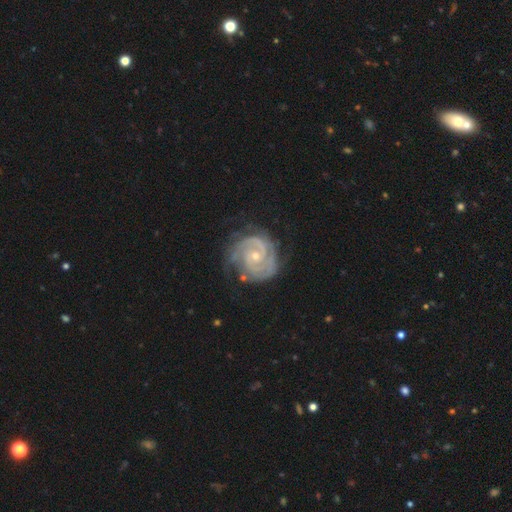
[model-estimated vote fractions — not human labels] The model was most divided on "bulge size": small: 65%, moderate: 32%, none: 1%, large: 1%, dominant: 1%. More confident: spiral arms — yes (98%); edge-on disk — no (98%); smooth or featured — featured or disk (92%); spiral winding — tight (72%); merging — none (69%); bar — no (65%); spiral arm count — 2 (62%).